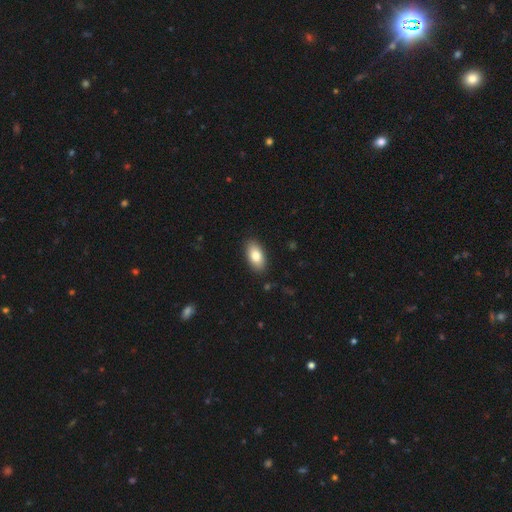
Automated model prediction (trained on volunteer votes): This appears to be a smooth galaxy with no disk features (81%) that is in between round and cigar-shaped (92%). Merging: none (89%).